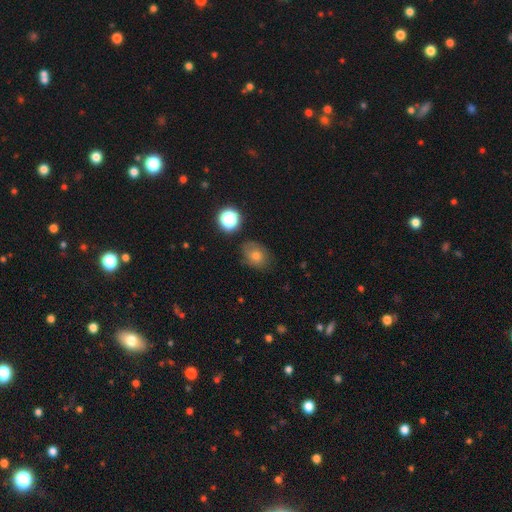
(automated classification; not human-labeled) Smooth or featured? smooth (71%)
How rounded? in between (55%)
Merging? none (76%)